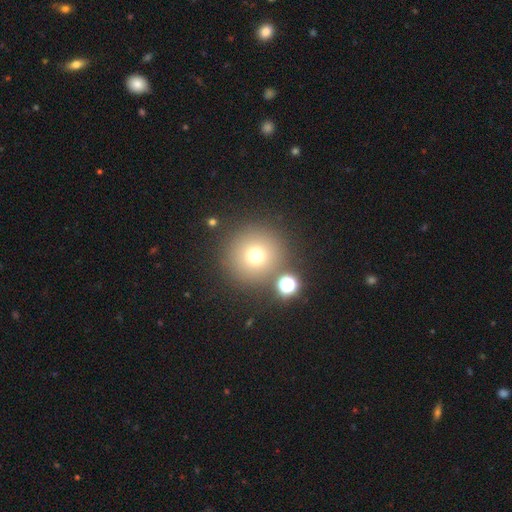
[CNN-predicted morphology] Smooth or featured?
  - smooth: 70% *
  - star or artifact: 18%
  - featured or disk: 12%
How rounded?
  - round: 96% *
  - in between: 3%
  - cigar-shaped: 1%
Merging?
  - none: 82% *
  - merger: 8%
  - minor disturbance: 7%
  - major disturbance: 4%